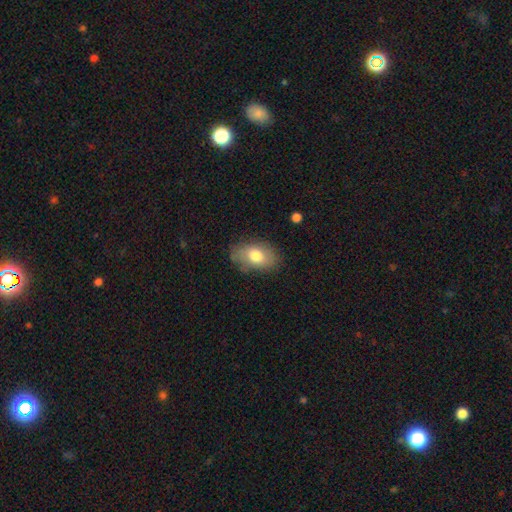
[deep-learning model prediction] Smooth or featured? Predicted: smooth (p=0.74). How rounded? Predicted: in between (p=0.87). Merging? Predicted: none (p=0.75).